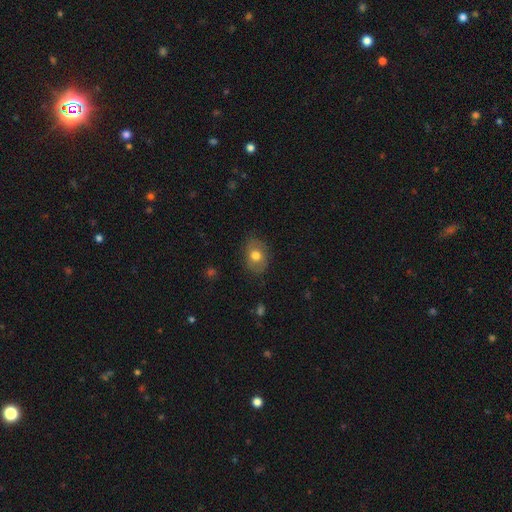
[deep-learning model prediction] Smooth or featured?
  - smooth: 71% *
  - featured or disk: 20%
  - star or artifact: 9%
How rounded?
  - in between: 64% *
  - round: 35%
  - cigar-shaped: 1%
Merging?
  - none: 80% *
  - minor disturbance: 15%
  - major disturbance: 4%
  - merger: 1%